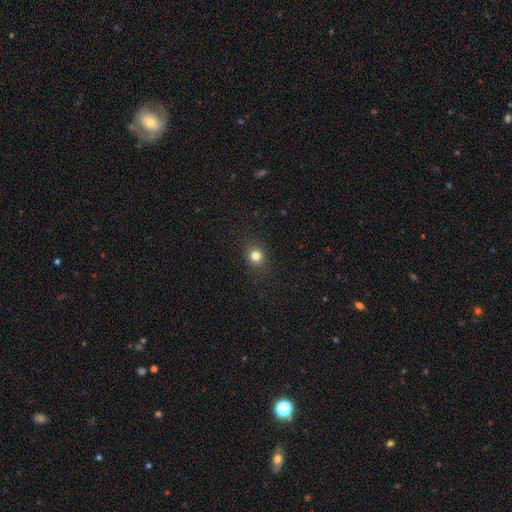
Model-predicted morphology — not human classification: A smooth galaxy with no disk features (80%) that is round (74%). Merging: none (88%).